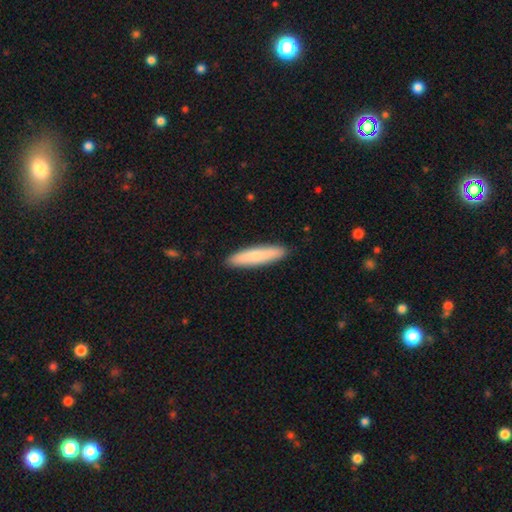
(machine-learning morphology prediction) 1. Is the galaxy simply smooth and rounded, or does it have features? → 77% smooth, 17% featured or disk, 5% star or artifact.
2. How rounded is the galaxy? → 87% cigar-shaped, 11% in between, 1% round.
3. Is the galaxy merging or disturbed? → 91% none, 7% minor disturbance, 1% major disturbance, 1% merger.